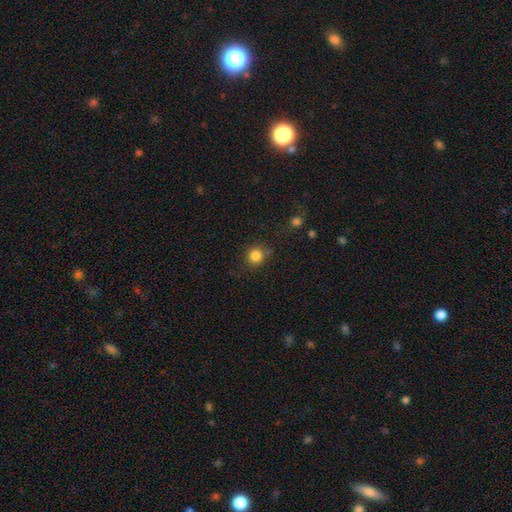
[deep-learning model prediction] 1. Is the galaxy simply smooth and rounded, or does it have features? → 84% smooth, 11% star or artifact, 5% featured or disk.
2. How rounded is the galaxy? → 92% round, 7% in between, 1% cigar-shaped.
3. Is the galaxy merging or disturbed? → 81% none, 11% minor disturbance, 4% merger, 4% major disturbance.